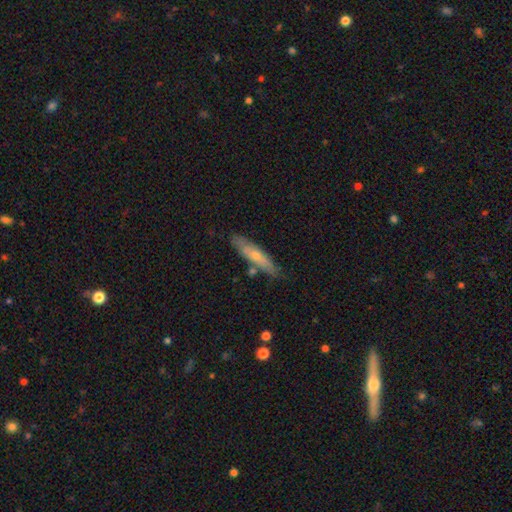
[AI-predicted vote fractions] Smooth or featured? smooth (51%)
How rounded? cigar-shaped (83%)
Merging? none (79%)